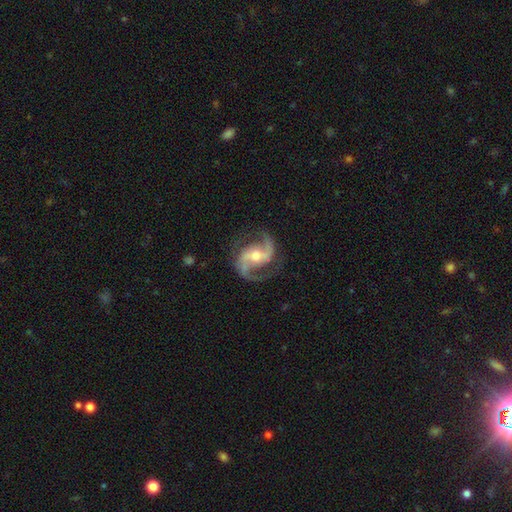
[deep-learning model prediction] smooth-or-featured: featured or disk: 92% | star or artifact: 4% | smooth: 4%
  disk-edge-on: no: 98% | yes: 2%
    bar: weak: 43% | strong: 29% | no: 28%
    has-spiral-arms: yes: 98% | no: 2%
      spiral-winding: medium: 56% | loose: 31% | tight: 13%
      spiral-arm-count: 2: 93% | 3: 2% | can't tell: 2% | 1: 1% | 4: 1% | more than 4: 1%
    bulge-size: moderate: 60% | small: 31% | large: 6% | none: 2% | dominant: 1%
  merging: none: 78% | minor disturbance: 14% | major disturbance: 7% | merger: 1%